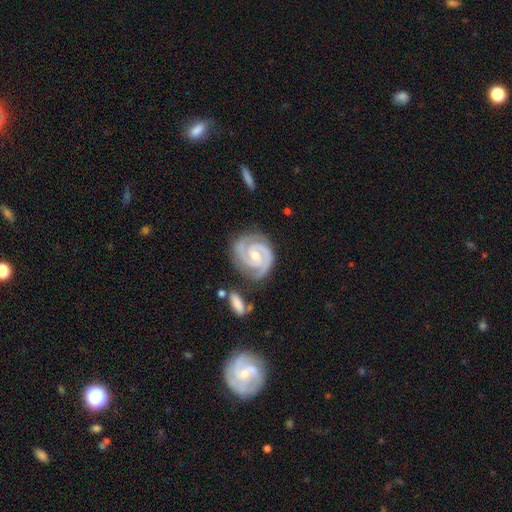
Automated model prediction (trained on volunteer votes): Smooth or featured? Predicted: featured or disk (p=0.92). Edge-on disk? Predicted: no (p=0.98). Bar? Predicted: weak (p=0.42). Spiral arms? Predicted: yes (p=0.99). Spiral winding? Predicted: tight (p=0.72). Spiral arm count? Predicted: 2 (p=0.84). Bulge size? Predicted: moderate (p=0.50). Merging? Predicted: none (p=0.75).